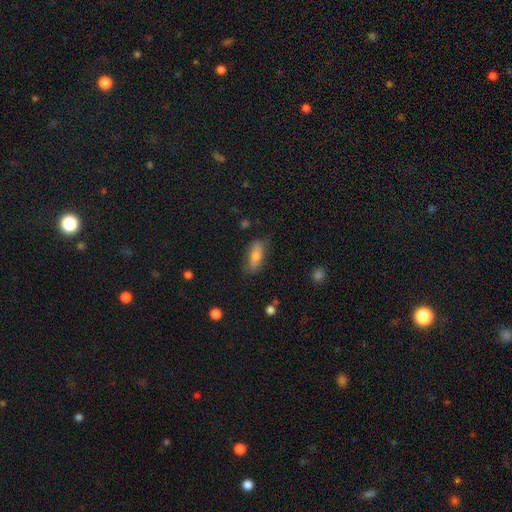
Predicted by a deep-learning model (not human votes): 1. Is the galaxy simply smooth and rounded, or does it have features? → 67% smooth, 25% featured or disk, 8% star or artifact.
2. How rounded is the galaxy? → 68% in between, 28% cigar-shaped, 3% round.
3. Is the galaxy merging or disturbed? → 75% none, 19% minor disturbance, 5% major disturbance, 2% merger.